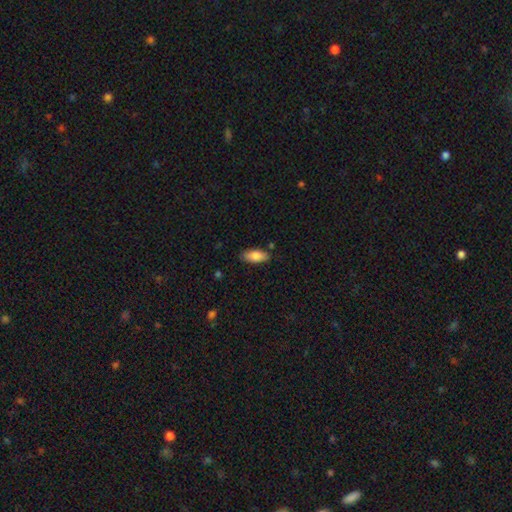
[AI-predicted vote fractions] Overall: smooth (82%). How rounded: in between (84%). Merging: none (83%).